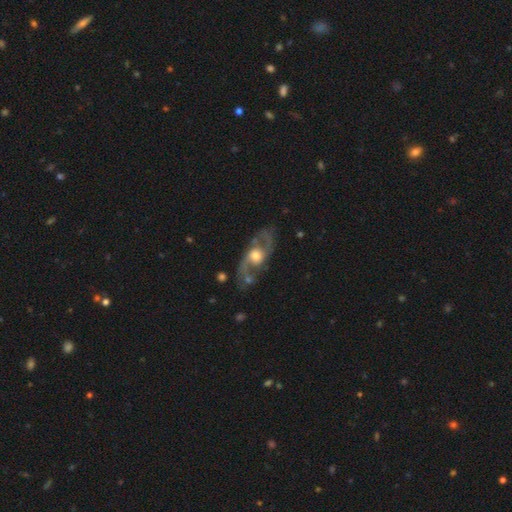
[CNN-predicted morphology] A featured or disk galaxy (82%) with no bar (71%), 2 (91%) loose (53%) spiral arms (89%) and a moderate central bulge (64%).

Vote fractions:
- Smooth or featured? featured or disk: 82% / smooth: 12% / star or artifact: 6%
- Edge-on disk? no: 93% / yes: 7%
- Bar? no: 71% / weak: 23% / strong: 6%
- Spiral arms? yes: 89% / no: 11%
- Spiral winding? loose: 53% / medium: 38% / tight: 8%
- Spiral arm count? 2: 91% / can't tell: 3% / 1: 2% / 3: 1% / 4: 1% / more than 4: 1%
- Bulge size? moderate: 64% / large: 21% / small: 12% / dominant: 2% / none: 1%
- Merging? none: 66% / minor disturbance: 17% / major disturbance: 12% / merger: 5%